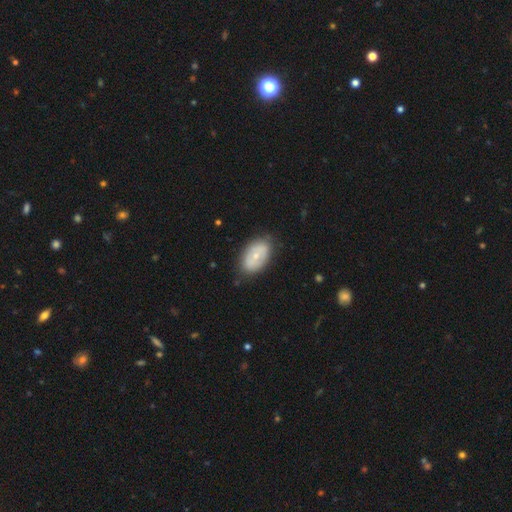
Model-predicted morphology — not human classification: A smooth galaxy with no disk features (56%) that is in between round and cigar-shaped (91%). Merging: none (77%).